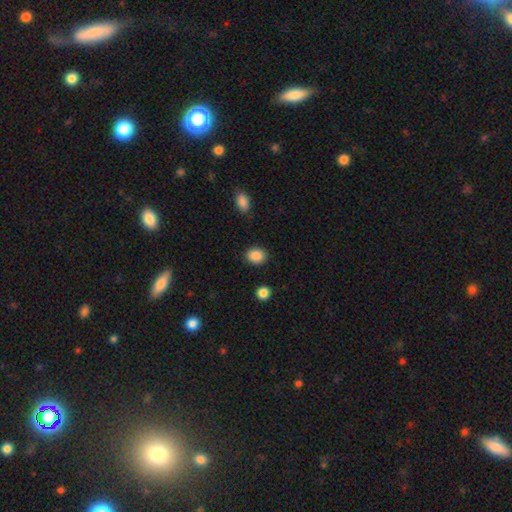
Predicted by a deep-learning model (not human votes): This is clearly a smooth galaxy (88%). How rounded: possibly round (50%). Merging: clearly none (88%).